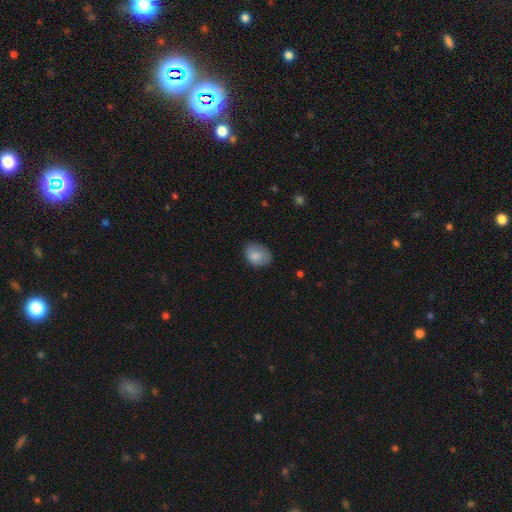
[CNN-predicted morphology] smooth 85%, featured or disk 8%, star or artifact 7%. Down the decision tree: how rounded — in between (78%); merging — none (67%).